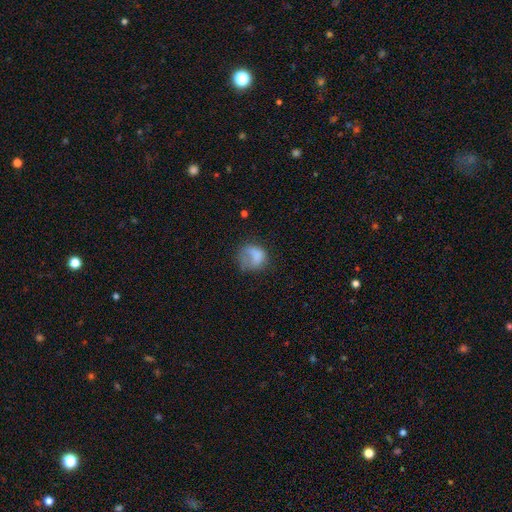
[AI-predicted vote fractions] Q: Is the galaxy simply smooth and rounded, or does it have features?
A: smooth — 70%.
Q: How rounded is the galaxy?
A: round — 65%.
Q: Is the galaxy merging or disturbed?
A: none — 35%, tied with major disturbance.